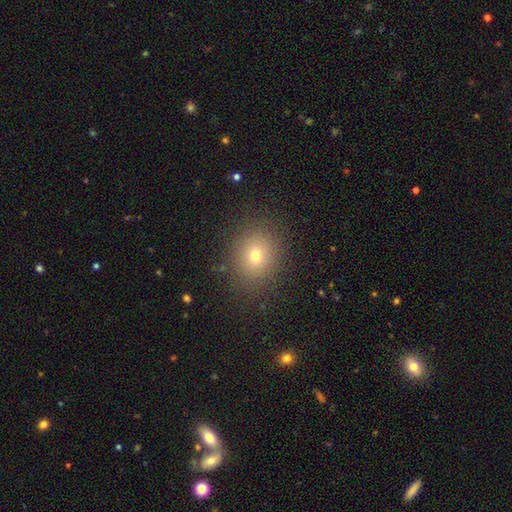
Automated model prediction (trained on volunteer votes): A smooth galaxy with no disk features (70%) that is round (73%). Merging: none (87%).